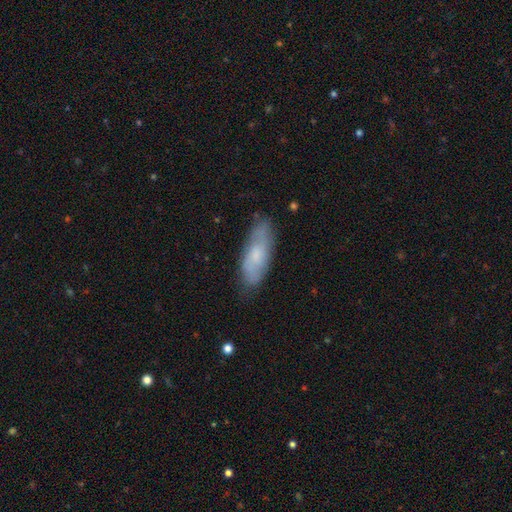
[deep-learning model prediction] smooth 53%, featured or disk 40%, star or artifact 7%. Down the decision tree: how rounded — in between (62%); merging — none (78%).